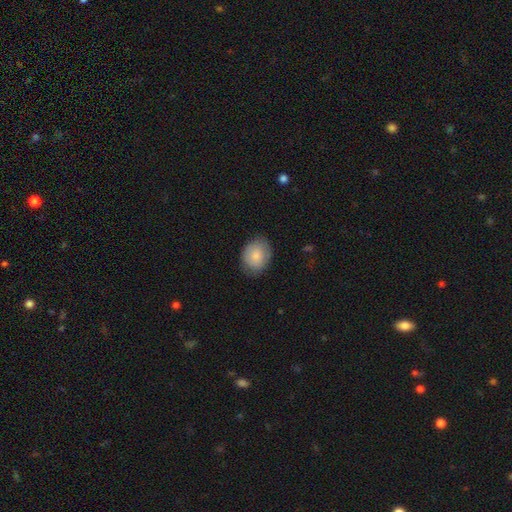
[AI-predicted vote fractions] Overall: smooth (83%). How rounded: in between (58%; round 42%). Merging: none (79%).